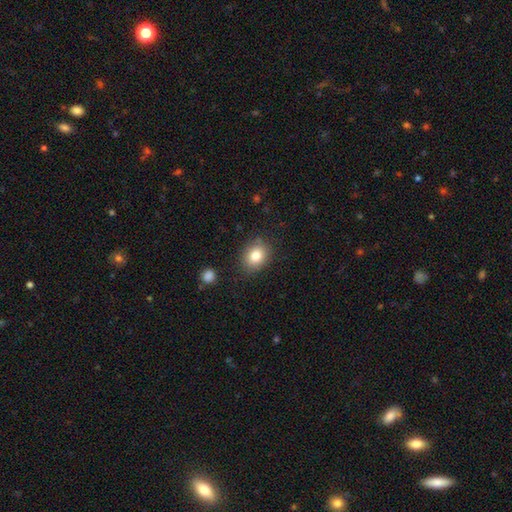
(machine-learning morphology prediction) smooth-or-featured: smooth: 82% | star or artifact: 9% | featured or disk: 9%
  how-rounded: in between: 54% | round: 45% | cigar-shaped: 1%
  merging: none: 82% | minor disturbance: 13% | major disturbance: 3% | merger: 2%